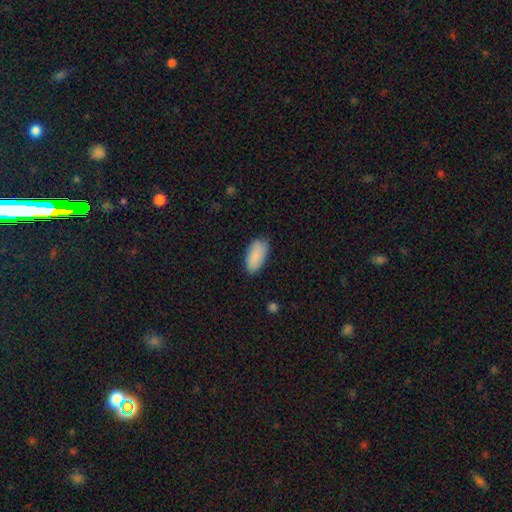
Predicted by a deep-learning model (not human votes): A smooth galaxy with no disk features (88%) that is in between round and cigar-shaped (93%). Merging: none (80%).